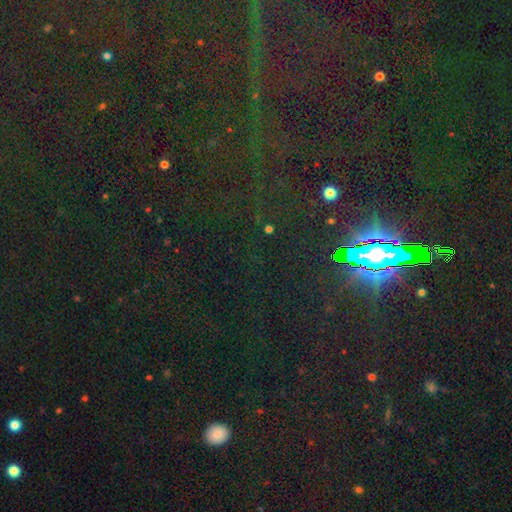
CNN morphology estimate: This appears to be a star or artifact, not a galaxy (83%).